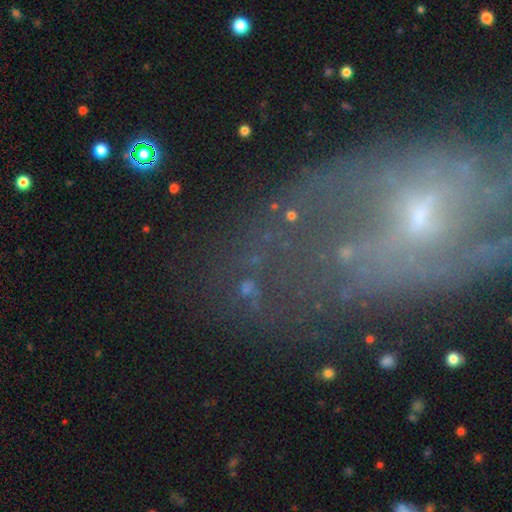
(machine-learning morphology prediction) Q: Smooth or featured?
A: star or artifact (40%); runner-up: featured or disk (37%)